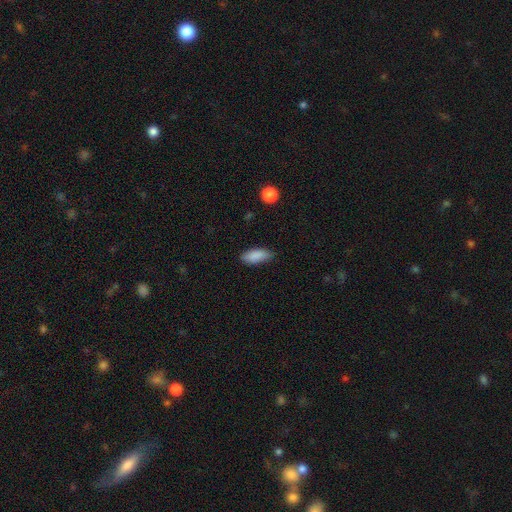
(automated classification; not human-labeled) Overall: smooth (88%). How rounded: in between (81%). Merging: none (79%).